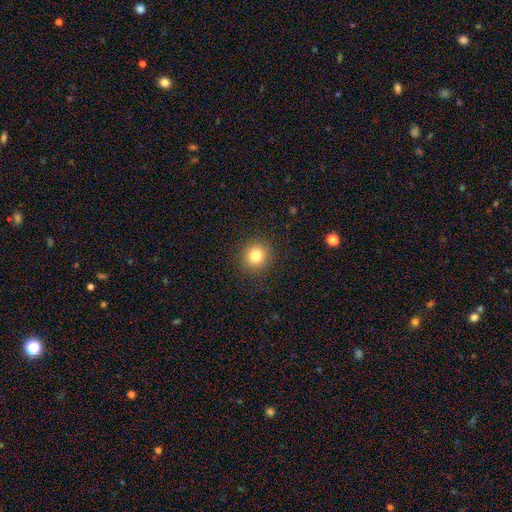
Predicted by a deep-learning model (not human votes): smooth_or_featured: smooth (p=0.80) [alt: star or artifact p=0.12]
how_rounded: round (p=0.93) [alt: in between p=0.06]
merging: none (p=0.91) [alt: minor disturbance p=0.06]